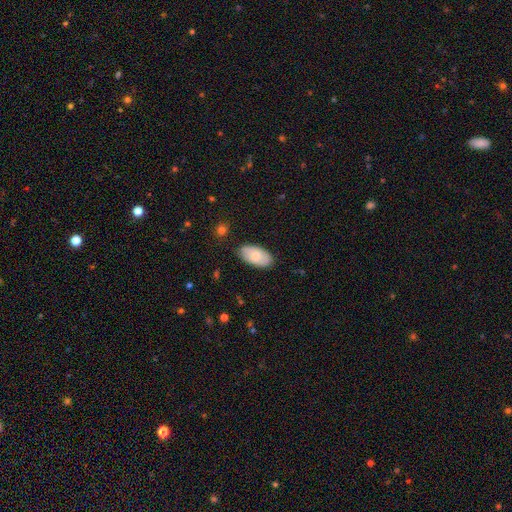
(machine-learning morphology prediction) A smooth galaxy with no disk features (73%) that is in between round and cigar-shaped (95%).

Vote fractions:
- Smooth or featured? smooth: 73% / featured or disk: 21% / star or artifact: 6%
- How rounded? in between: 95% / round: 3% / cigar-shaped: 2%
- Merging? none: 84% / minor disturbance: 13% / major disturbance: 2% / merger: 1%